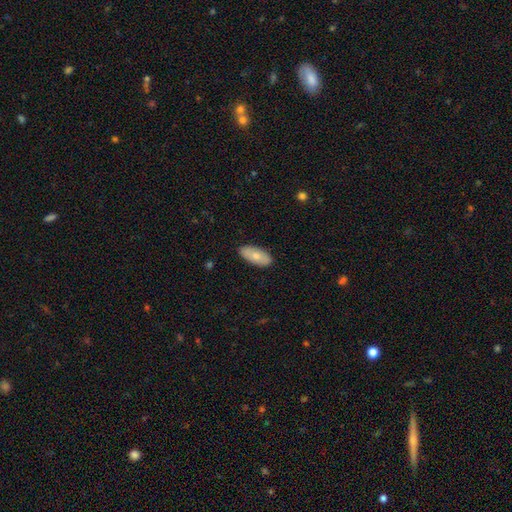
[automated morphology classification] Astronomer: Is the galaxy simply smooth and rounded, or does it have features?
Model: smooth — 73%.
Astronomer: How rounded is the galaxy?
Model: in between — 91%.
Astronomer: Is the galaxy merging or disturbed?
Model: none — 87%.